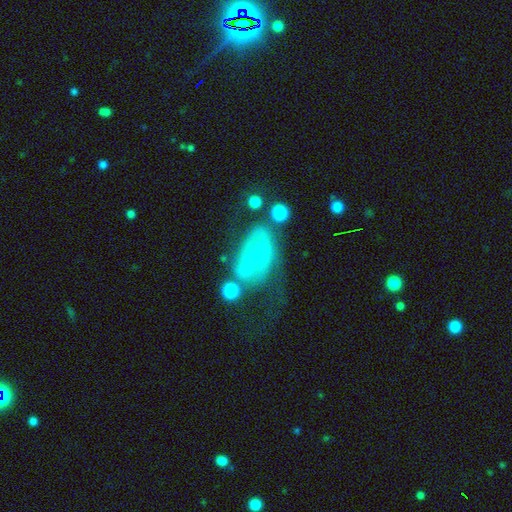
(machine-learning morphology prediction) Smooth or featured: featured or disk — 60% (smooth — 31%)
Edge-on disk: no — 93% (yes — 7%)
Bar: no — 76% (weak — 18%)
Spiral arms: no — 52% (yes — 48%)
Bulge size: small — 76% (moderate — 20%)
Merging: none — 35% (major disturbance — 30%)